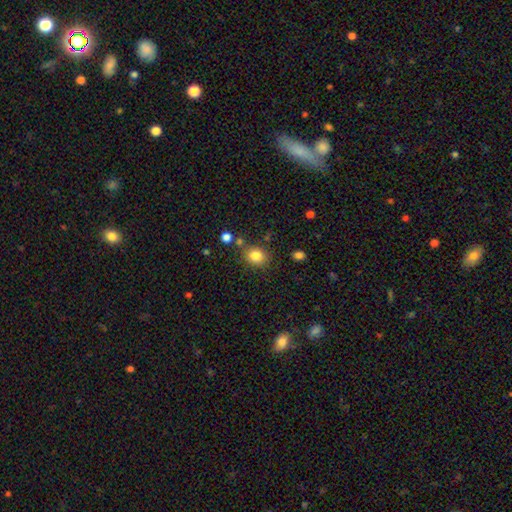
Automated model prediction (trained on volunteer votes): smooth_or_featured: smooth (p=0.83) [alt: star or artifact p=0.11]
how_rounded: round (p=0.66) [alt: in between p=0.33]
merging: none (p=0.76) [alt: minor disturbance p=0.13]